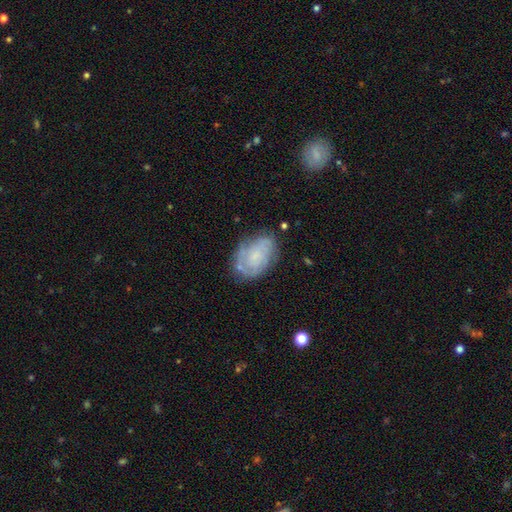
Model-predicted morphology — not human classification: smooth-or-featured: featured or disk: 63% | smooth: 29% | star or artifact: 8%
  disk-edge-on: no: 97% | yes: 3%
    bar: no: 72% | weak: 24% | strong: 4%
    has-spiral-arms: yes: 80% | no: 20%
    bulge-size: small: 50% | none: 32% | moderate: 15% | large: 3% | dominant: 1%
  merging: none: 64% | minor disturbance: 24% | major disturbance: 10% | merger: 3%